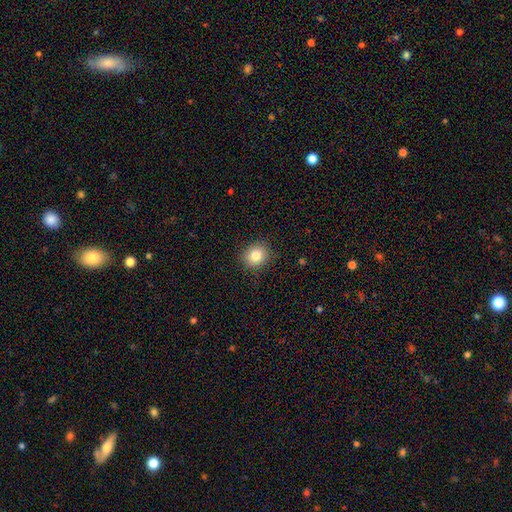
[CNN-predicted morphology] Overall: smooth (83%). How rounded: round (72%). Merging: none (88%).